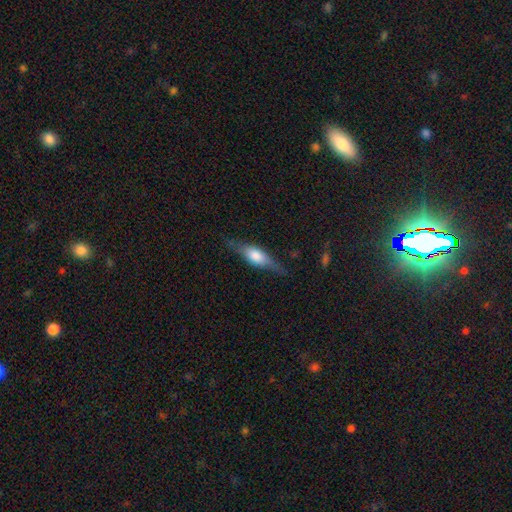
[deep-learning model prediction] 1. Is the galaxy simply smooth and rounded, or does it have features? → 51% featured or disk, 43% smooth, 6% star or artifact.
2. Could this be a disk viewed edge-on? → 90% yes, 10% no.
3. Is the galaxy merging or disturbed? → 77% none, 17% minor disturbance, 5% major disturbance, 1% merger.